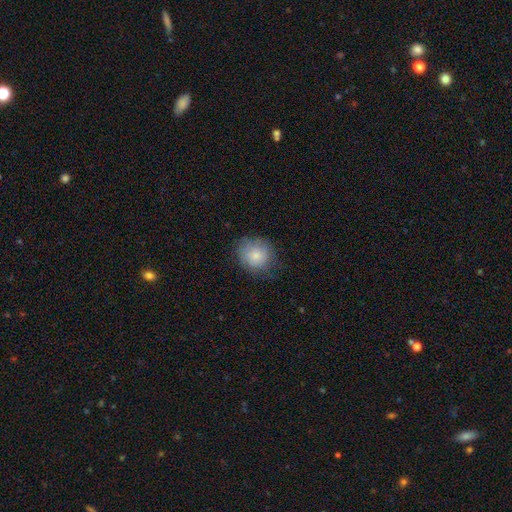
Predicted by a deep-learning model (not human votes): smooth-or-featured: smooth: 79% | featured or disk: 13% | star or artifact: 8%
  how-rounded: round: 85% | in between: 14% | cigar-shaped: 1%
  merging: none: 72% | minor disturbance: 20% | major disturbance: 7% | merger: 1%